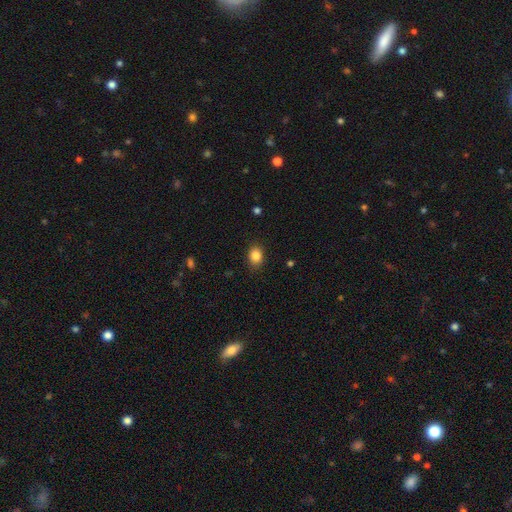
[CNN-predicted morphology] Overall: smooth (85%). How rounded: in between (60%; round 39%). Merging: none (85%).